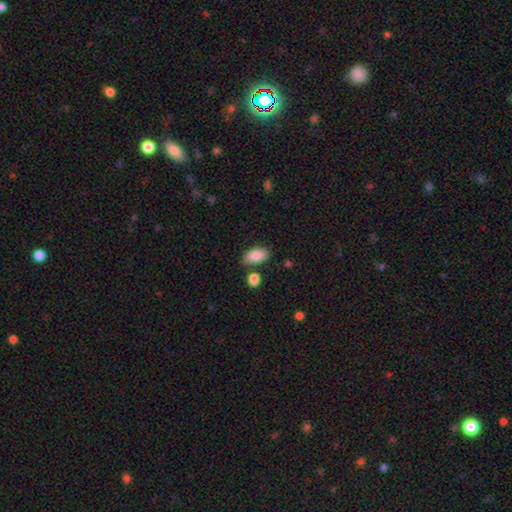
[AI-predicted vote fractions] Morphology: type=smooth (82%); roundness=in between (92%); merging=none (75%).